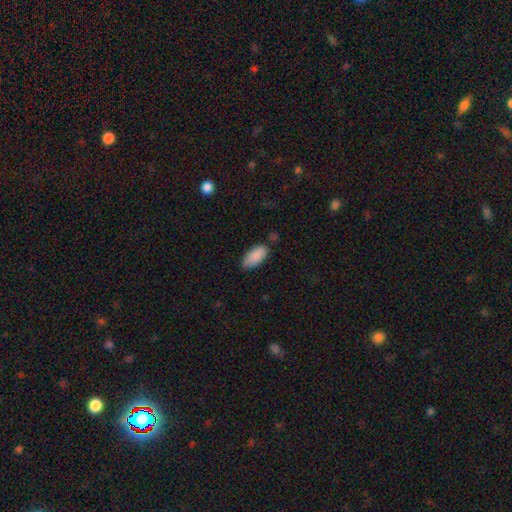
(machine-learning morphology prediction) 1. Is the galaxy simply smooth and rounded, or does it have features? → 89% smooth, 6% star or artifact, 5% featured or disk.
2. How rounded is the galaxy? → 92% in between, 6% cigar-shaped, 2% round.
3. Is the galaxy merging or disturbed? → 74% none, 19% minor disturbance, 3% major disturbance, 3% merger.